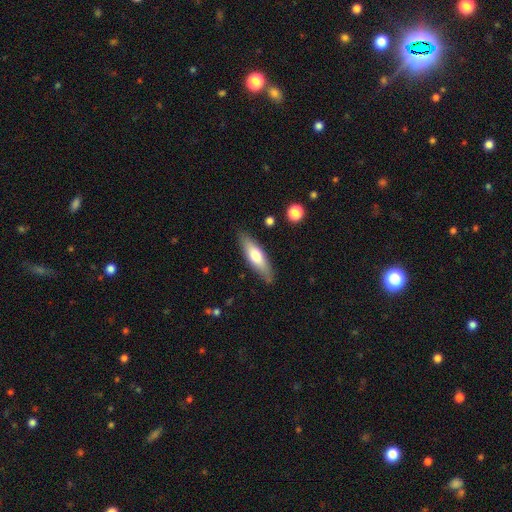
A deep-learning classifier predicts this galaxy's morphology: Smooth or featured? Predicted: smooth (p=0.62). How rounded? Predicted: cigar-shaped (p=0.58). Merging? Predicted: none (p=0.84).